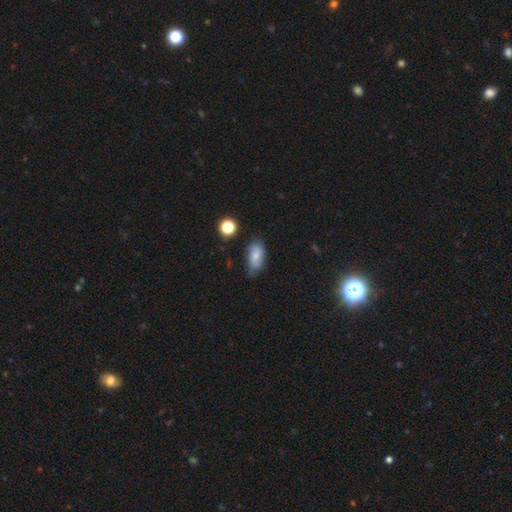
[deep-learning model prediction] A smooth galaxy with no disk features (64%) that is in between round and cigar-shaped (88%).

Vote fractions:
- Smooth or featured? smooth: 64% / featured or disk: 26% / star or artifact: 10%
- How rounded? in between: 88% / cigar-shaped: 6% / round: 6%
- Merging? none: 58% / minor disturbance: 30% / major disturbance: 8% / merger: 3%